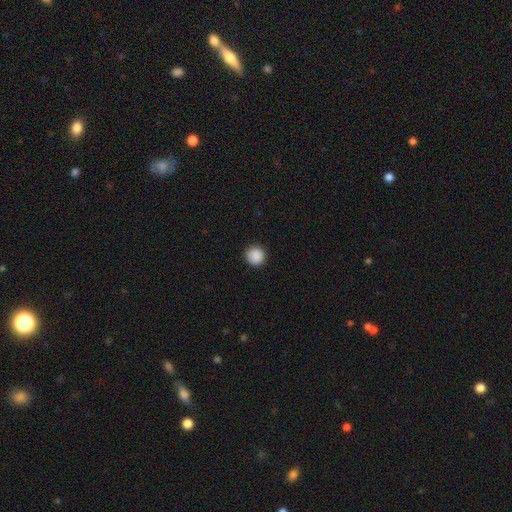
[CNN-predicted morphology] A smooth galaxy with no disk features (89%) that is round (95%). Merging: none (91%).